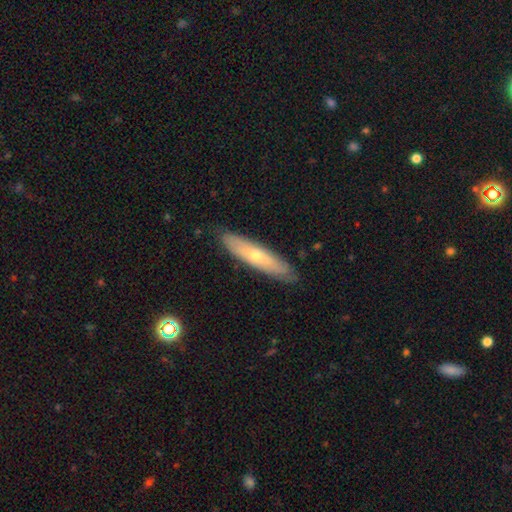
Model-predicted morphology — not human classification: smooth-or-featured: smooth: 49% | featured or disk: 44% | star or artifact: 6%
  merging: none: 87% | minor disturbance: 10% | major disturbance: 2% | merger: 1%